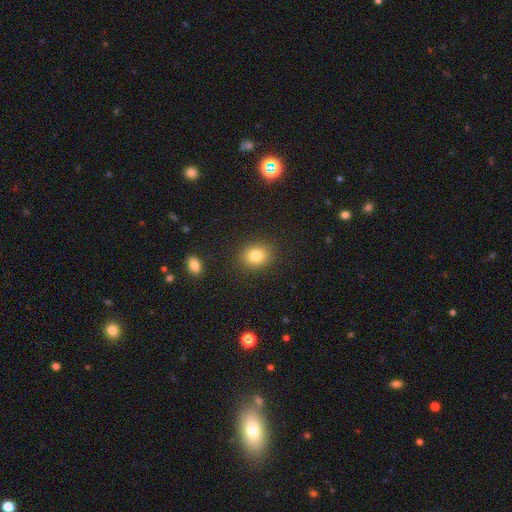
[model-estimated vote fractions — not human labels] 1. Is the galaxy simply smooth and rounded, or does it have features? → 82% smooth, 11% star or artifact, 7% featured or disk.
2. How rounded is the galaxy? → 61% round, 39% in between, 1% cigar-shaped.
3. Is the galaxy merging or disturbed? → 88% none, 8% minor disturbance, 3% major disturbance, 2% merger.